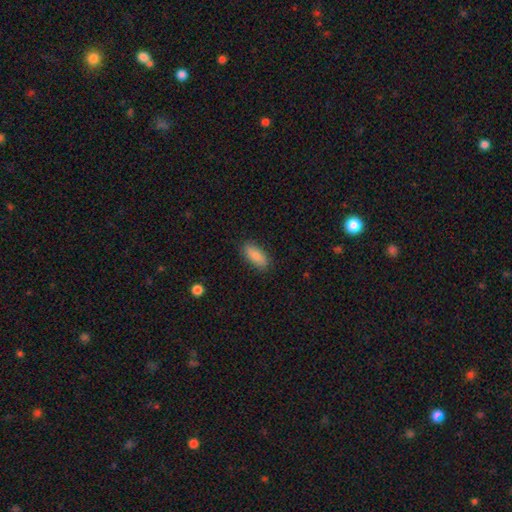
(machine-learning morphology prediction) A smooth galaxy with no disk features (85%) that is in between round and cigar-shaped (84%).

Vote fractions:
- Smooth or featured? smooth: 85% / featured or disk: 8% / star or artifact: 7%
- How rounded? in between: 84% / cigar-shaped: 13% / round: 2%
- Merging? none: 85% / minor disturbance: 11% / major disturbance: 3% / merger: 1%